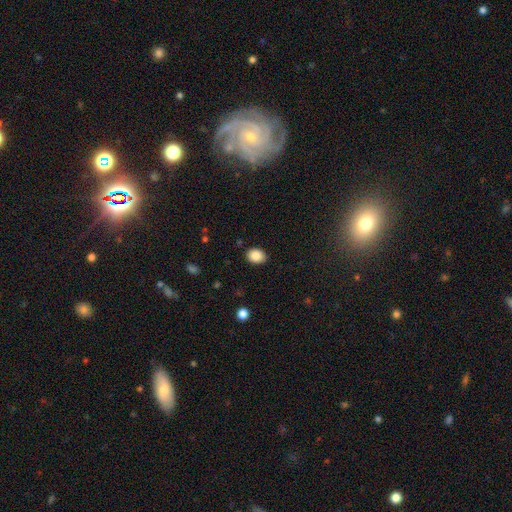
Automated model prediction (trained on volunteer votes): Q: Smooth or featured?
A: smooth (87%); runner-up: star or artifact (9%)
Q: How rounded?
A: in between (63%); runner-up: round (36%)
Q: Merging?
A: none (87%); runner-up: minor disturbance (10%)